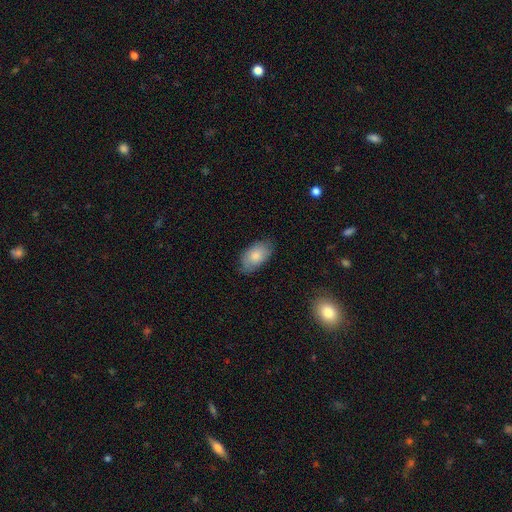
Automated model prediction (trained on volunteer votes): smooth-or-featured: smooth: 80% | featured or disk: 13% | star or artifact: 6%
  how-rounded: in between: 94% | round: 5% | cigar-shaped: 2%
  merging: none: 77% | minor disturbance: 18% | major disturbance: 3% | merger: 1%